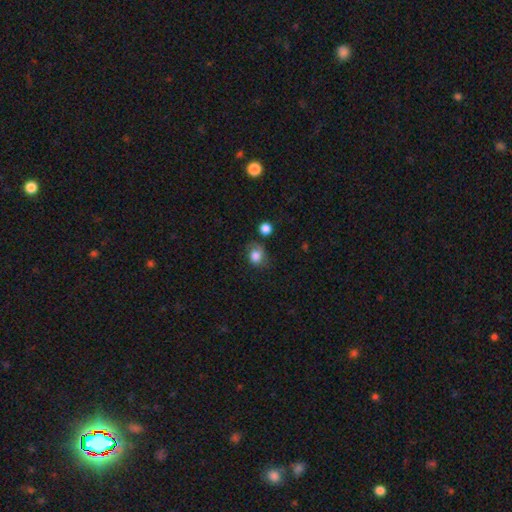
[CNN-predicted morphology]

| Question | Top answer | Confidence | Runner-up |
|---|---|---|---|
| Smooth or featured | smooth | 81% | star or artifact (10%) |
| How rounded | round | 63% | in between (36%) |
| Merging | none | 52% | minor disturbance (29%) |